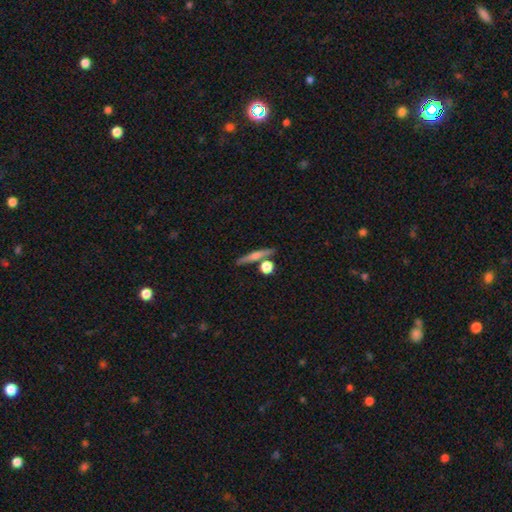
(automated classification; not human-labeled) Smooth or featured?
  - smooth: 52% *
  - featured or disk: 39%
  - star or artifact: 9%
How rounded?
  - cigar-shaped: 69% *
  - round: 18%
  - in between: 14%
Merging?
  - none: 75% *
  - merger: 12%
  - minor disturbance: 9%
  - major disturbance: 3%